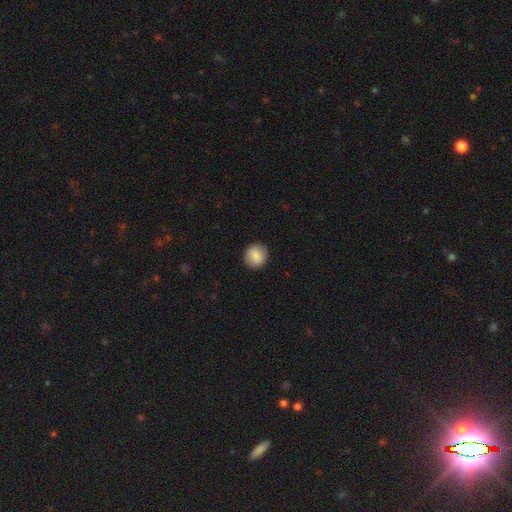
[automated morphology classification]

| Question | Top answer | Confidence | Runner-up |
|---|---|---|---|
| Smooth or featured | smooth | 85% | star or artifact (7%) |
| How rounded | round | 86% | in between (13%) |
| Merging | none | 89% | minor disturbance (8%) |